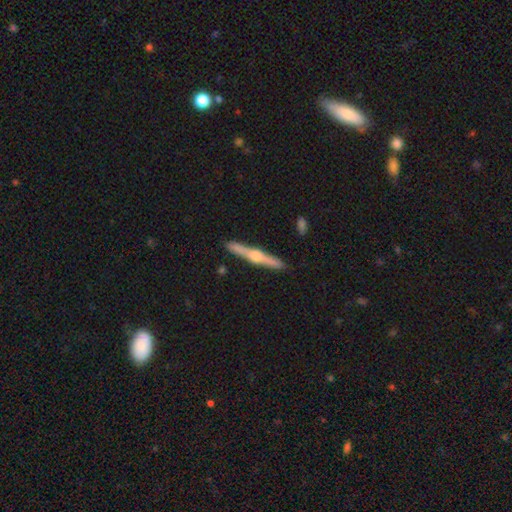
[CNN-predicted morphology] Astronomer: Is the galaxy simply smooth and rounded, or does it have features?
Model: featured or disk — 75%.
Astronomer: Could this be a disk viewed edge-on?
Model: yes — 98%.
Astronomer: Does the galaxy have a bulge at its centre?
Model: rounded — 92%.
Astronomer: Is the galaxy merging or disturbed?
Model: none — 91%.